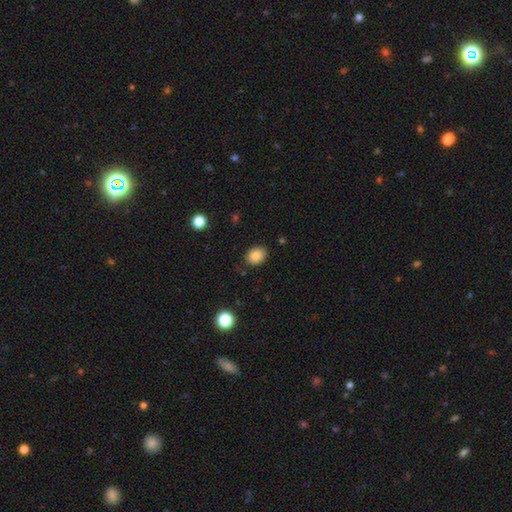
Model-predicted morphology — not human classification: Smooth or featured?
  - smooth: 86% *
  - star or artifact: 9%
  - featured or disk: 5%
How rounded?
  - in between: 61% *
  - round: 38%
  - cigar-shaped: 1%
Merging?
  - none: 82% *
  - minor disturbance: 13%
  - major disturbance: 3%
  - merger: 2%